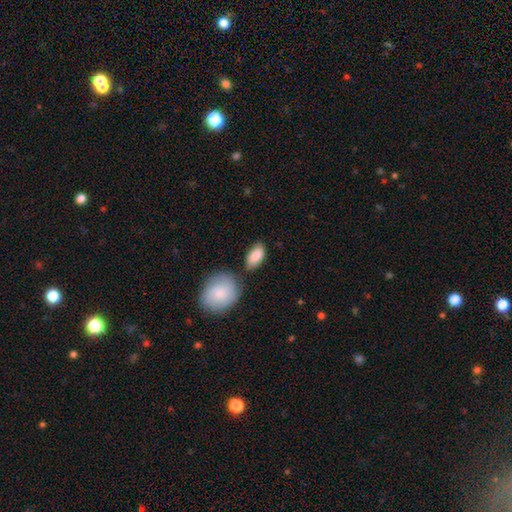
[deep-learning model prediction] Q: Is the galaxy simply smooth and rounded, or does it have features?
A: smooth — 87%.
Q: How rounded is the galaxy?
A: in between — 93%.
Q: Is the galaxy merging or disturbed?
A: none — 69%.